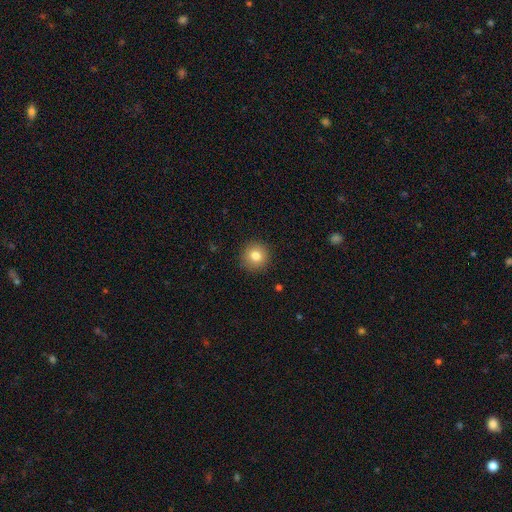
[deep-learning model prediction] This is clearly a smooth galaxy (80%). How rounded: clearly round (94%). Merging: clearly none (91%).